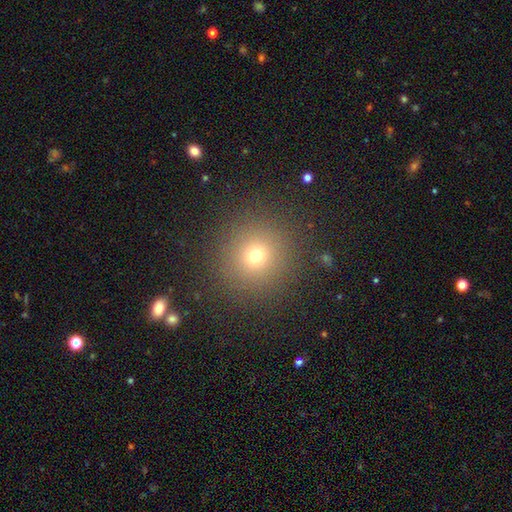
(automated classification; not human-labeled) This appears to be a smooth galaxy with no disk features (71%) that is round (94%). Merging: none (89%).